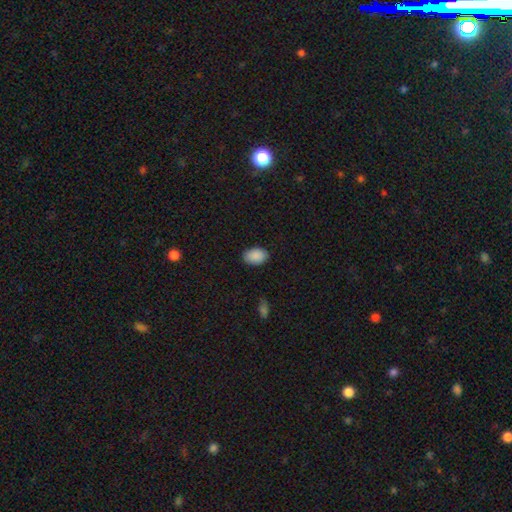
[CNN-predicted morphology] type=smooth (90%); roundness=in between (87%); merging=none (86%).